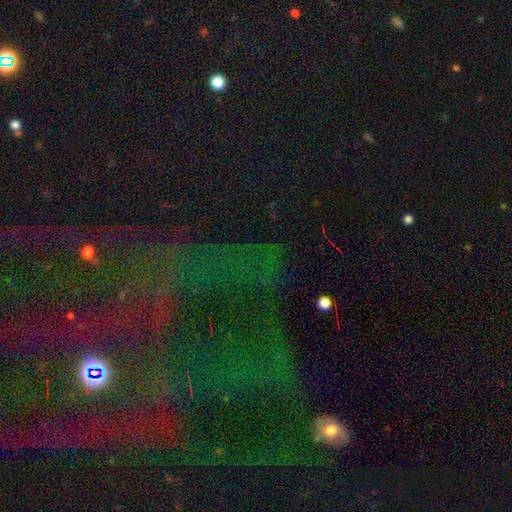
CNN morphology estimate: This is likely a star or artifact rather than a galaxy (75%).